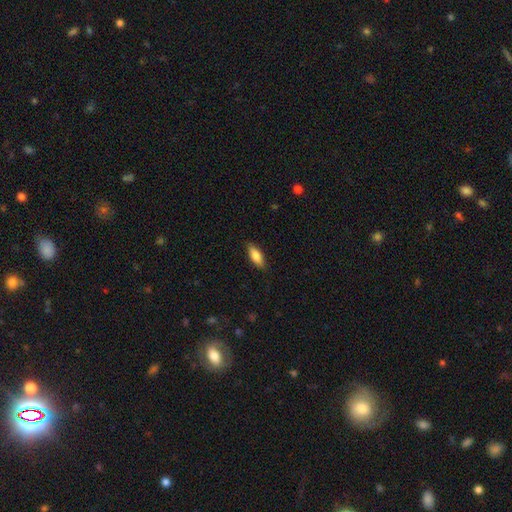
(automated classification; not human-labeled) Smooth or featured: smooth — 80% (featured or disk — 13%)
How rounded: in between — 70% (cigar-shaped — 27%)
Merging: none — 85% (minor disturbance — 11%)